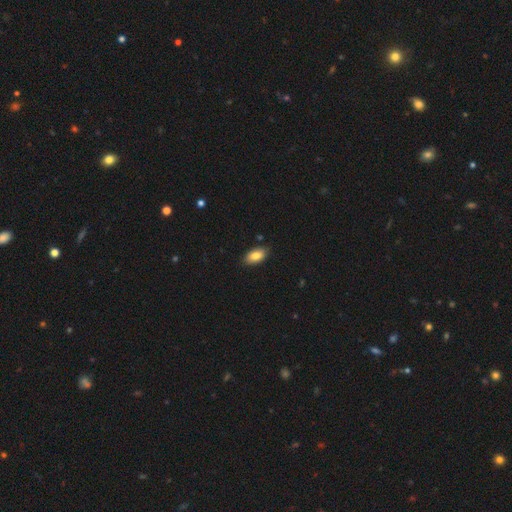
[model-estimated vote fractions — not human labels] This is clearly a smooth galaxy (84%). How rounded: clearly in between (93%). Merging: clearly none (86%).